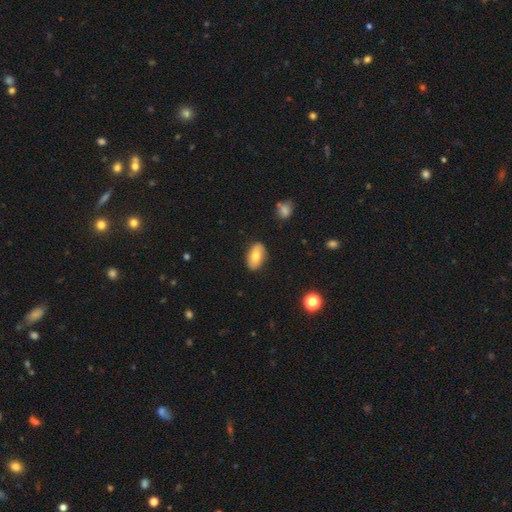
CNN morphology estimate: Overall: smooth (69%). How rounded: in between (92%). Merging: none (83%).